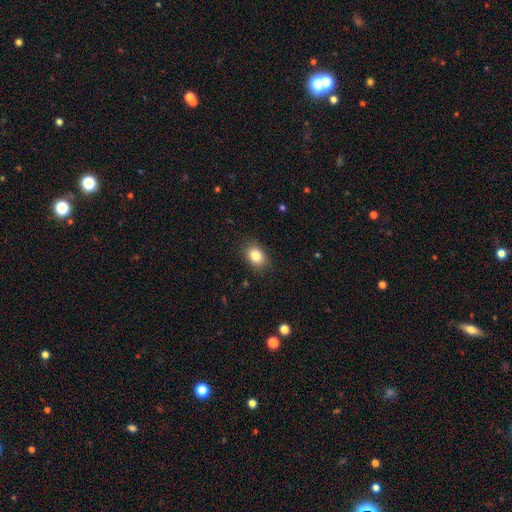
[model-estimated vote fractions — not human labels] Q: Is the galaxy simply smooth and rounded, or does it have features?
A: smooth — 84%.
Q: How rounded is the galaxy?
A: in between — 69%.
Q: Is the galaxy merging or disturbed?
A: none — 86%.